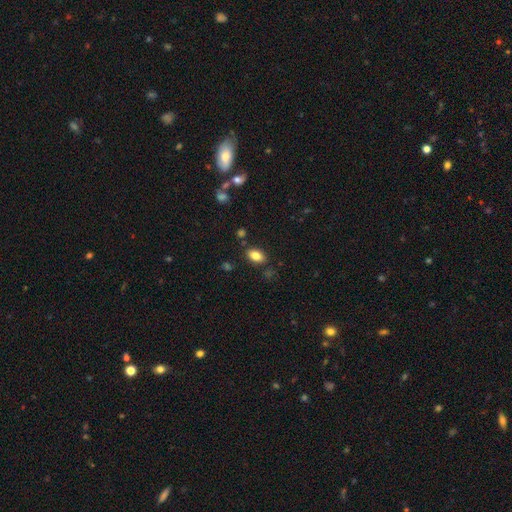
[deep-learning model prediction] Overall: smooth (82%). How rounded: in between (89%). Merging: none (83%).